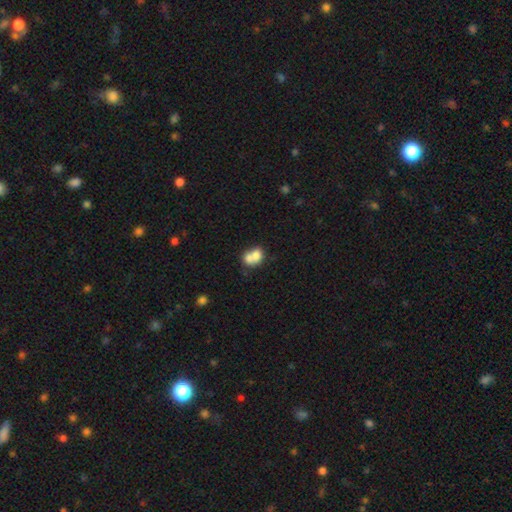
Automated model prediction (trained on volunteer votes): Smooth or featured? Predicted: smooth (p=0.70). How rounded? Predicted: in between (p=0.50). Merging? Predicted: merger (p=0.67).